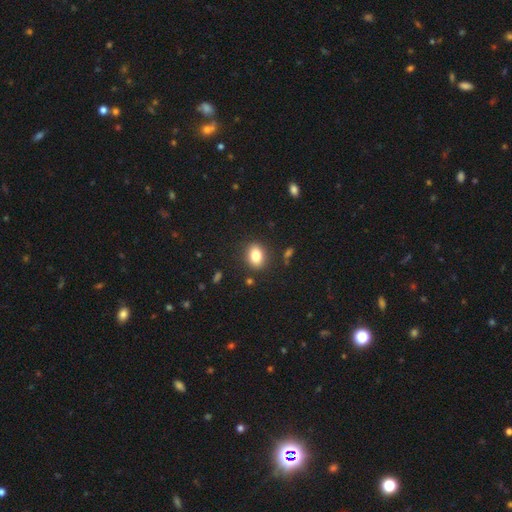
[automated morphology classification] A smooth galaxy with no disk features (83%) that is in between round and cigar-shaped (71%).

Vote fractions:
- Smooth or featured? smooth: 83% / star or artifact: 9% / featured or disk: 8%
- How rounded? in between: 71% / round: 28% / cigar-shaped: 1%
- Merging? none: 86% / minor disturbance: 9% / major disturbance: 3% / merger: 2%